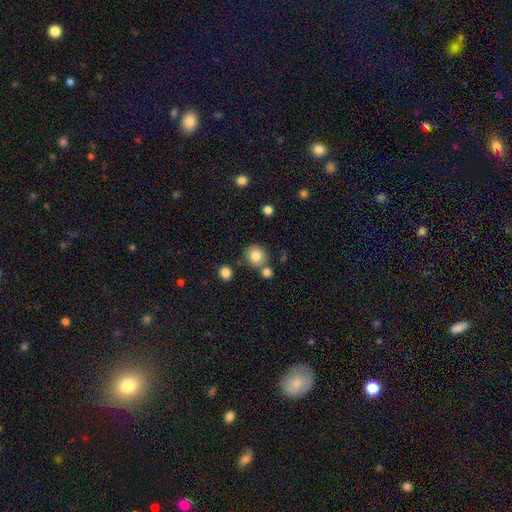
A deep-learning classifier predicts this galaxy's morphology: Smooth or featured: smooth — 81% (star or artifact — 10%)
How rounded: round — 87% (in between — 12%)
Merging: none — 74% (merger — 13%)